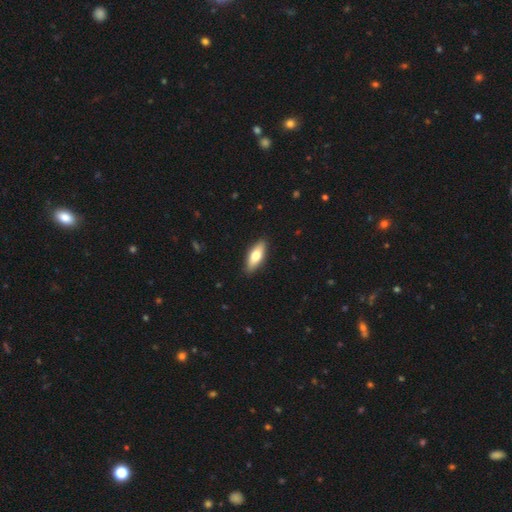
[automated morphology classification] A smooth galaxy with no disk features (71%) that is in between round and cigar-shaped (69%). Merging: none (88%).